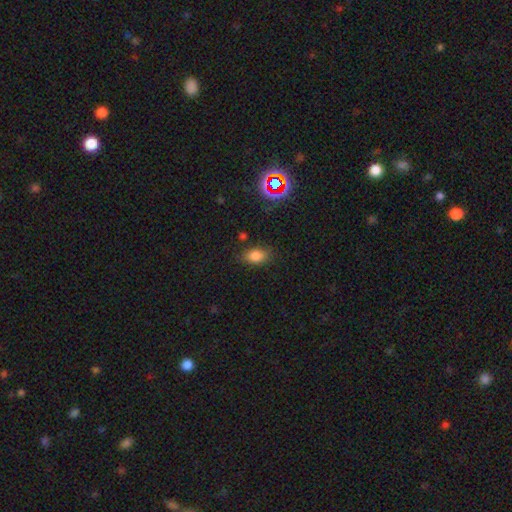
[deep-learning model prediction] A smooth galaxy with no disk features (77%) that is in between round and cigar-shaped (82%). Merging: none (76%).